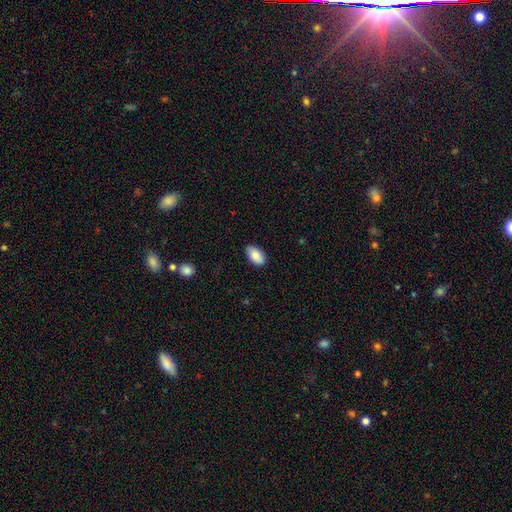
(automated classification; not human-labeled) Overall: smooth (86%). How rounded: in between (94%). Merging: none (85%).